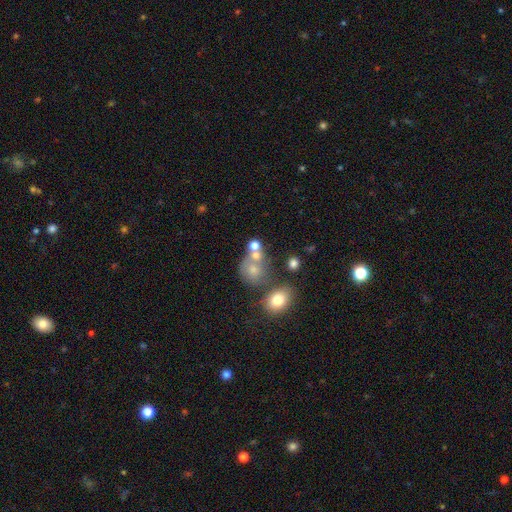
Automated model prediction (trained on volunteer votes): smooth-or-featured: smooth: 65% | featured or disk: 20% | star or artifact: 14%
  how-rounded: round: 71% | in between: 28% | cigar-shaped: 1%
  merging: merger: 41% | none: 39% | minor disturbance: 12% | major disturbance: 9%